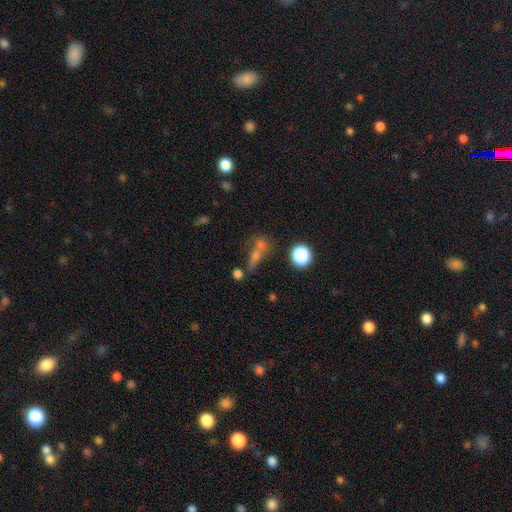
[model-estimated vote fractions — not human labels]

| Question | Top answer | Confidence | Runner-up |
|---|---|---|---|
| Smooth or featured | smooth | 54% | star or artifact (26%) |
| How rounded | round | 38% | in between (34%) |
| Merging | none | 47% | merger (35%) |